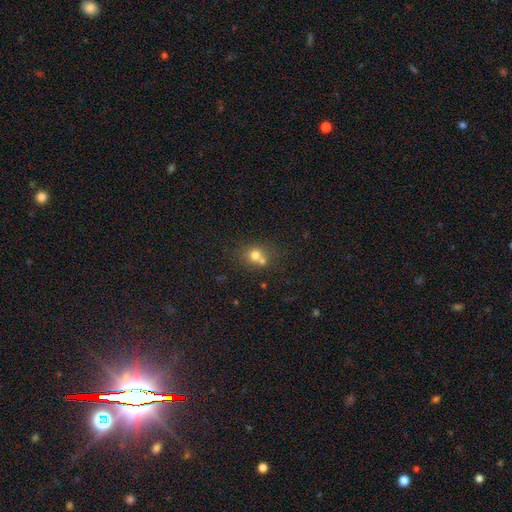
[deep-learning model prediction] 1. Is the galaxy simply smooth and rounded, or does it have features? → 72% smooth, 14% featured or disk, 14% star or artifact.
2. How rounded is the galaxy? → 78% round, 21% in between, 1% cigar-shaped.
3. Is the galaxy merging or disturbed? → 45% none, 44% merger, 8% minor disturbance, 3% major disturbance.